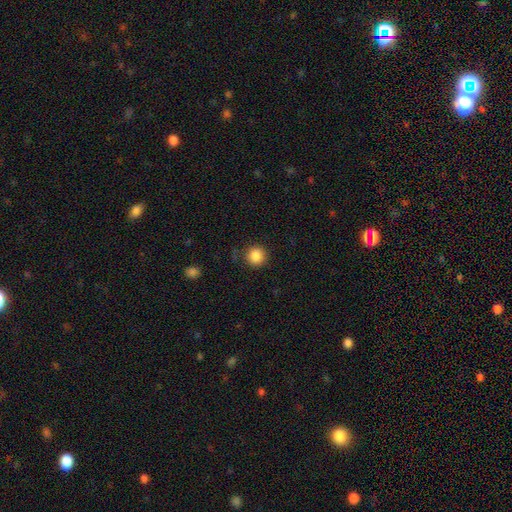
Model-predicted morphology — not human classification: smooth_or_featured: smooth (p=0.86) [alt: star or artifact p=0.10]
how_rounded: round (p=0.93) [alt: in between p=0.06]
merging: none (p=0.87) [alt: minor disturbance p=0.09]